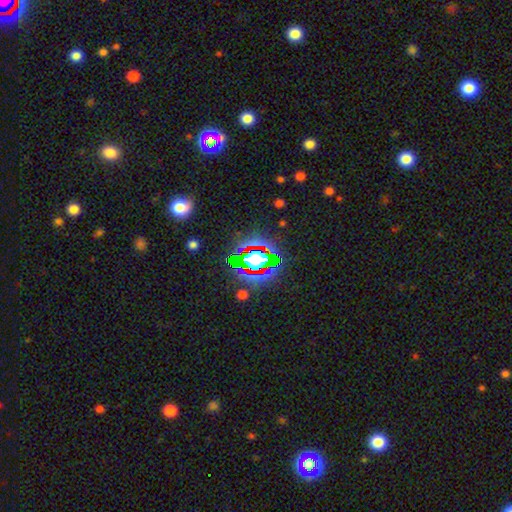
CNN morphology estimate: Q: Smooth or featured?
A: star or artifact (80%); runner-up: smooth (12%)